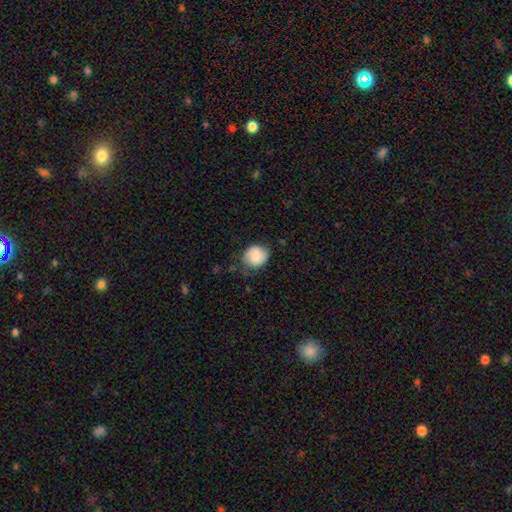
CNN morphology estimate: smooth-or-featured: smooth: 75% | featured or disk: 17% | star or artifact: 8%
  how-rounded: round: 77% | in between: 22% | cigar-shaped: 1%
  merging: none: 70% | minor disturbance: 22% | major disturbance: 6% | merger: 2%